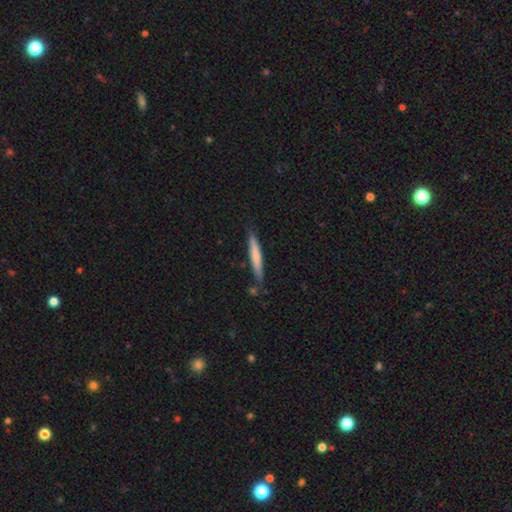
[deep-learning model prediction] This appears to be a smooth galaxy with no disk features (68%) that is cigar-shaped (94%). Merging: none (82%).